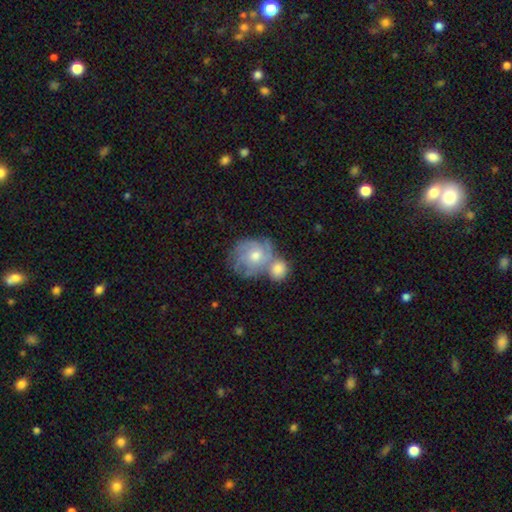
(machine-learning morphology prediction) A featured or disk galaxy (64%) with no bar (77%), tight (60%) spiral arms (84%) and a moderate central bulge (64%).

Vote fractions:
- Smooth or featured? featured or disk: 64% / smooth: 28% / star or artifact: 8%
- Edge-on disk? no: 97% / yes: 3%
- Bar? no: 77% / weak: 20% / strong: 3%
- Spiral arms? yes: 84% / no: 16%
- Spiral winding? tight: 60% / medium: 31% / loose: 9%
- Spiral arm count? can't tell: 41% / 3: 25% / 4: 12% / 2: 12% / 1: 5% / more than 4: 5%
- Bulge size? moderate: 64% / small: 29% / large: 4% / none: 2% / dominant: 1%
- Merging? merger: 41% / none: 38% / minor disturbance: 14% / major disturbance: 7%